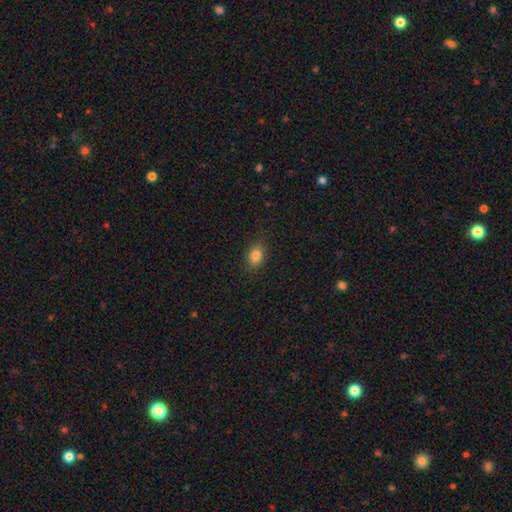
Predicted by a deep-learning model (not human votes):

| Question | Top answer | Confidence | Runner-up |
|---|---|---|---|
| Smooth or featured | smooth | 83% | star or artifact (10%) |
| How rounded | in between | 71% | round (27%) |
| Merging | none | 86% | minor disturbance (10%) |